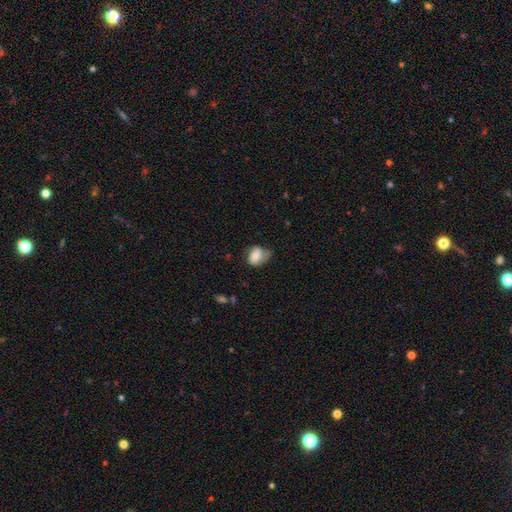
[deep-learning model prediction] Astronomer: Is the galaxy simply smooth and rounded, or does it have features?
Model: smooth — 66%.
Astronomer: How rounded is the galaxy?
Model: in between — 64%.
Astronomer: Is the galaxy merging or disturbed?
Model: none — 42% (runner-up: minor disturbance, 38%).